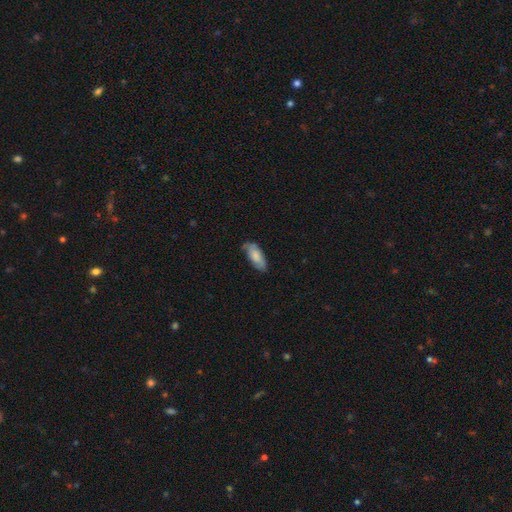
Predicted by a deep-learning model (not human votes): Q: Smooth or featured?
A: smooth (71%); runner-up: featured or disk (22%)
Q: How rounded?
A: in between (82%); runner-up: cigar-shaped (16%)
Q: Merging?
A: none (65%); runner-up: minor disturbance (27%)